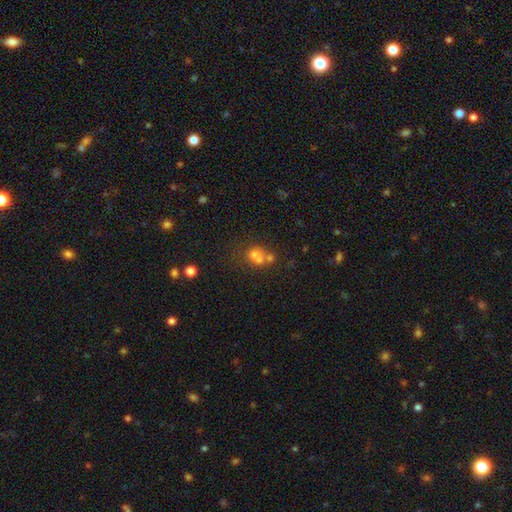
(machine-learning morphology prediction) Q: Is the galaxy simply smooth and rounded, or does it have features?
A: smooth — 60%.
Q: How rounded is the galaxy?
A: round — 79%.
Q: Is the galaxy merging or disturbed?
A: merger — 53%.